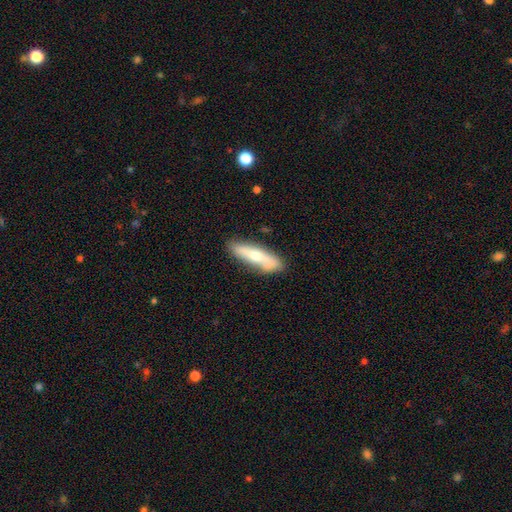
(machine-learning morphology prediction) Q: Smooth or featured?
A: smooth (56%); runner-up: featured or disk (38%)
Q: How rounded?
A: cigar-shaped (67%); runner-up: in between (31%)
Q: Merging?
A: none (78%); runner-up: minor disturbance (16%)